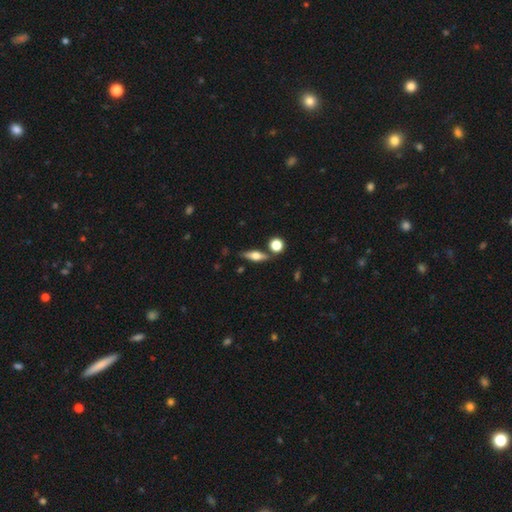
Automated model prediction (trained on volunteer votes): A featured or disk galaxy (51%) viewed edge-on (92%). Merging: none (79%).